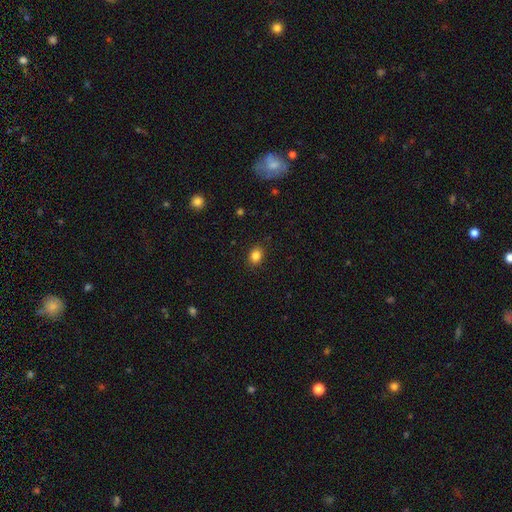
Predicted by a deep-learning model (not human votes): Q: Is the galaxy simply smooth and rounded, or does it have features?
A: smooth — 85%.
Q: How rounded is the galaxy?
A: in between — 53%.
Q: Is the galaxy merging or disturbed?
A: none — 88%.